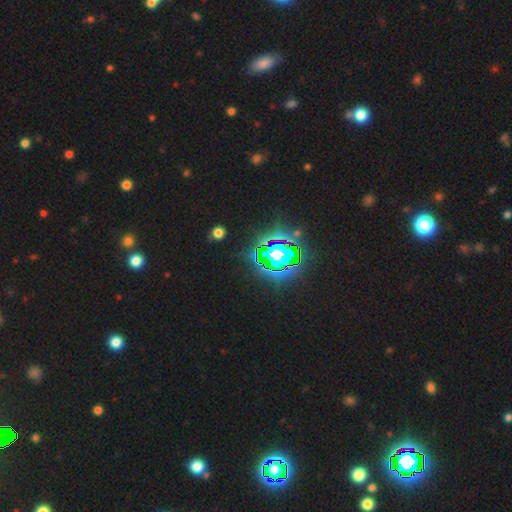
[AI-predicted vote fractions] star or artifact 82%, smooth 11%, featured or disk 7%.